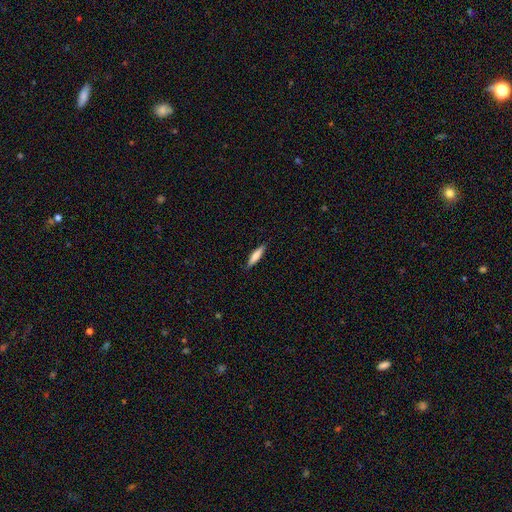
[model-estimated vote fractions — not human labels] Smooth or featured?
  - smooth: 77% *
  - featured or disk: 17%
  - star or artifact: 6%
How rounded?
  - cigar-shaped: 77% *
  - in between: 22%
  - round: 1%
Merging?
  - none: 88% *
  - minor disturbance: 9%
  - major disturbance: 2%
  - merger: 1%